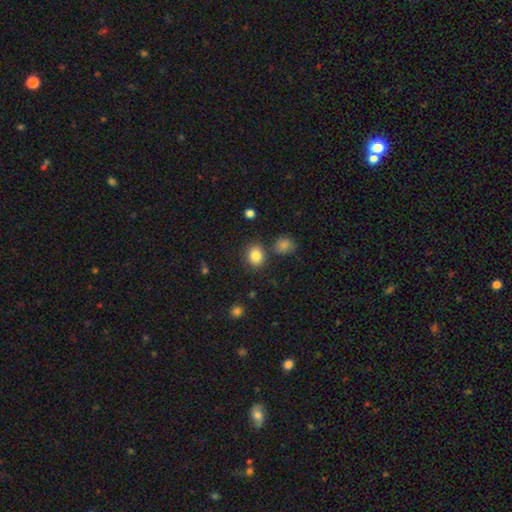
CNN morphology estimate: Smooth or featured? Predicted: smooth (p=0.84). How rounded? Predicted: round (p=0.57). Merging? Predicted: none (p=0.79).